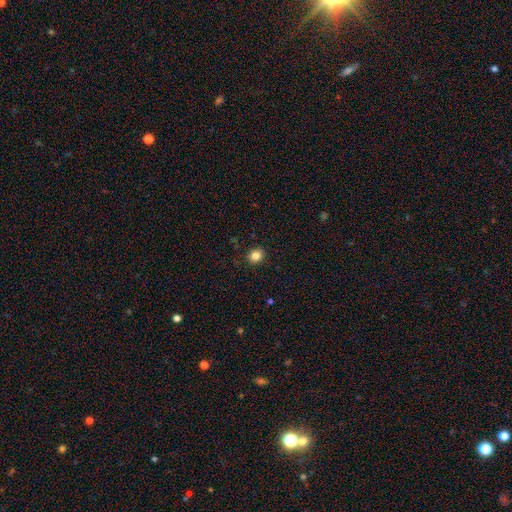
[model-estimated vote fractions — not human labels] Smooth or featured? Predicted: smooth (p=0.84). How rounded? Predicted: round (p=0.75). Merging? Predicted: none (p=0.90).